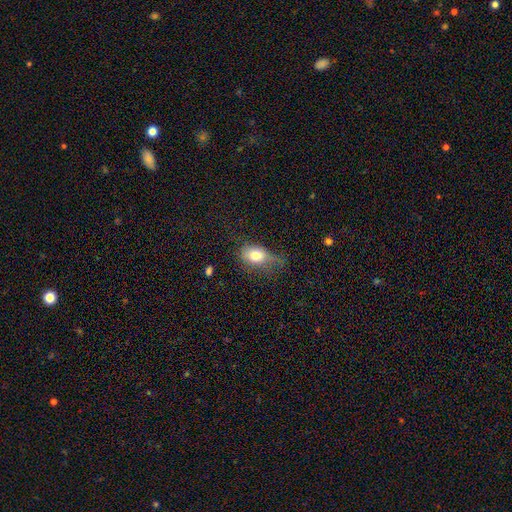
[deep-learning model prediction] Smooth or featured? smooth (75%)
How rounded? in between (76%)
Merging? minor disturbance (38%)